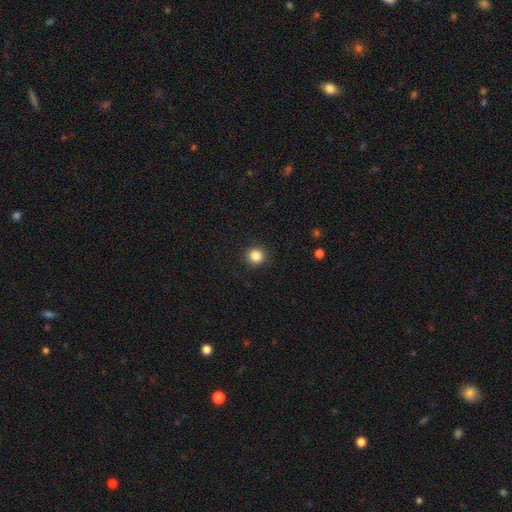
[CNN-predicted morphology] Smooth or featured?
  - smooth: 86% *
  - star or artifact: 10%
  - featured or disk: 4%
How rounded?
  - round: 93% *
  - in between: 6%
  - cigar-shaped: 1%
Merging?
  - none: 92% *
  - minor disturbance: 5%
  - major disturbance: 2%
  - merger: 1%